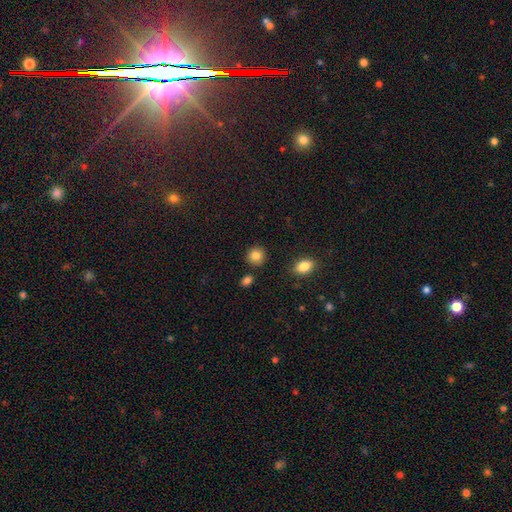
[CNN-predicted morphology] This is clearly a smooth galaxy (86%). How rounded: clearly round (88%). Merging: clearly none (87%).